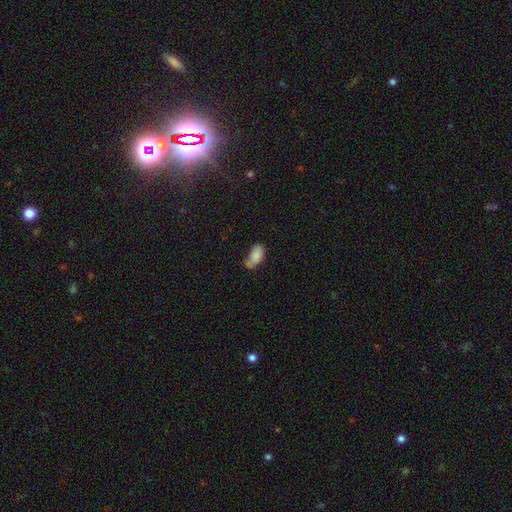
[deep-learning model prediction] smooth_or_featured: smooth (p=0.81) [alt: featured or disk p=0.10]
how_rounded: in between (p=0.91) [alt: round p=0.06]
merging: none (p=0.36) [alt: minor disturbance p=0.30]